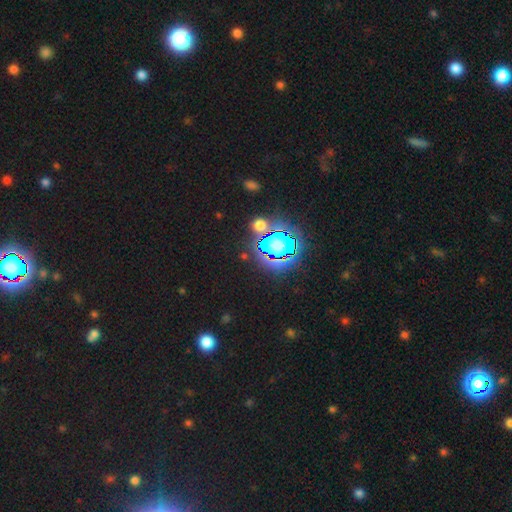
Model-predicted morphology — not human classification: type=star or artifact (78%).